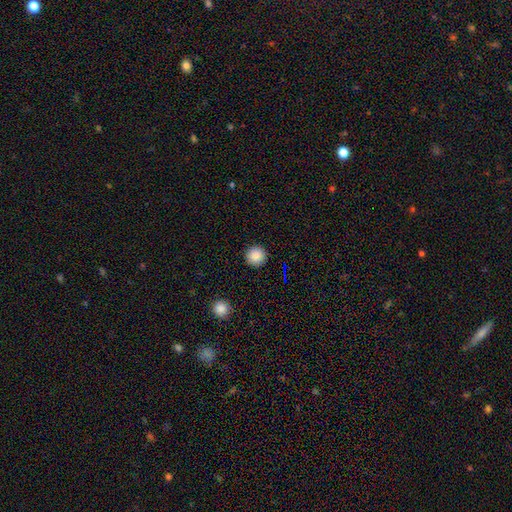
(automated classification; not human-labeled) Smooth or featured? Predicted: smooth (p=0.87). How rounded? Predicted: round (p=0.96). Merging? Predicted: none (p=0.93).